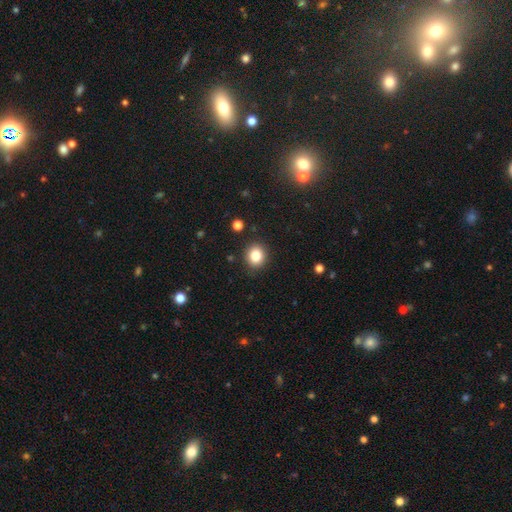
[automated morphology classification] A smooth galaxy with no disk features (83%) that is round (78%). Merging: none (89%).